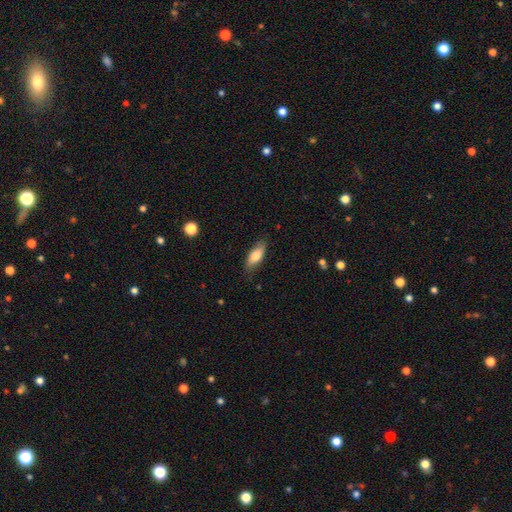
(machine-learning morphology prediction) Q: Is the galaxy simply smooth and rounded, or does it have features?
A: smooth — 75%.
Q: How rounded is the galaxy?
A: in between — 75%.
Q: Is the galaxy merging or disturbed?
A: none — 80%.